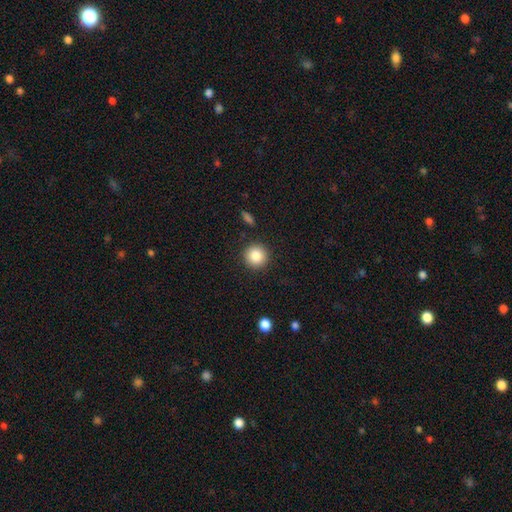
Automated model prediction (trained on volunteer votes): The model was most divided on "smooth or featured": smooth: 85%, star or artifact: 9%, featured or disk: 6%. More confident: how rounded — round (94%); merging — none (90%).